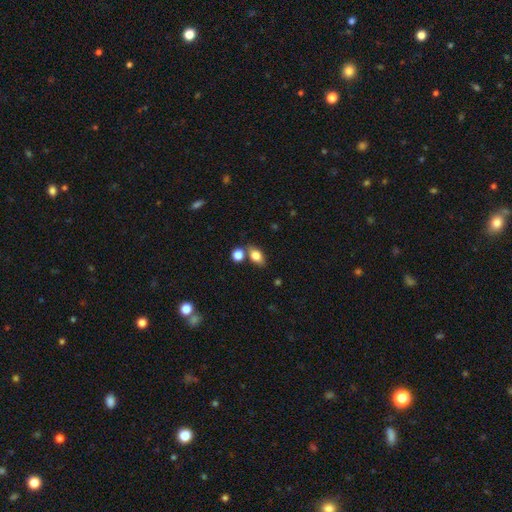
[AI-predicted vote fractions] This appears to be a smooth galaxy with no disk features (80%) that is in between round and cigar-shaped (80%). Merging: none (65%).